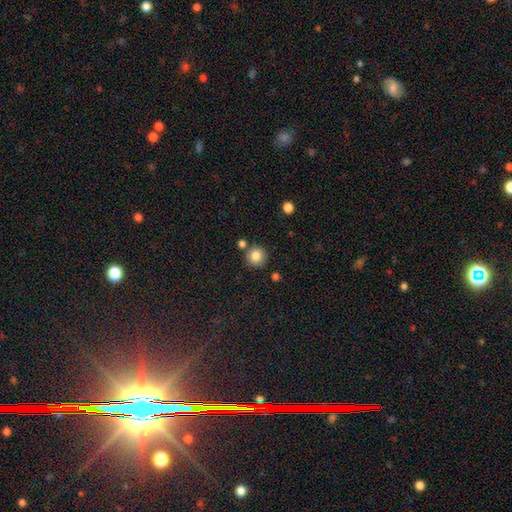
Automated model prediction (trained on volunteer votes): Smooth or featured? Predicted: smooth (p=0.83). How rounded? Predicted: round (p=0.91). Merging? Predicted: none (p=0.81).